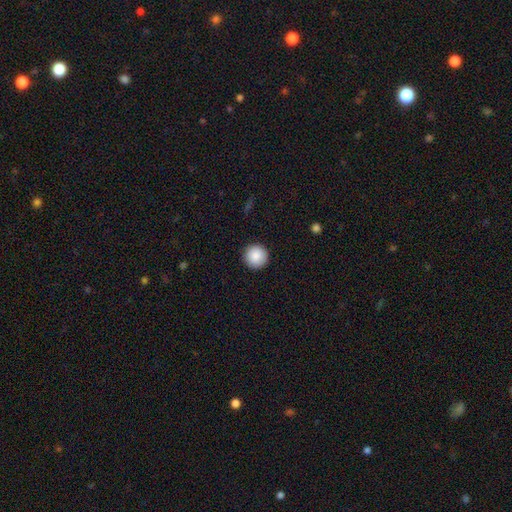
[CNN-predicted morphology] Smooth or featured?
  - smooth: 88% *
  - star or artifact: 8%
  - featured or disk: 4%
How rounded?
  - round: 96% *
  - in between: 3%
  - cigar-shaped: 1%
Merging?
  - none: 93% *
  - minor disturbance: 5%
  - major disturbance: 2%
  - merger: 1%